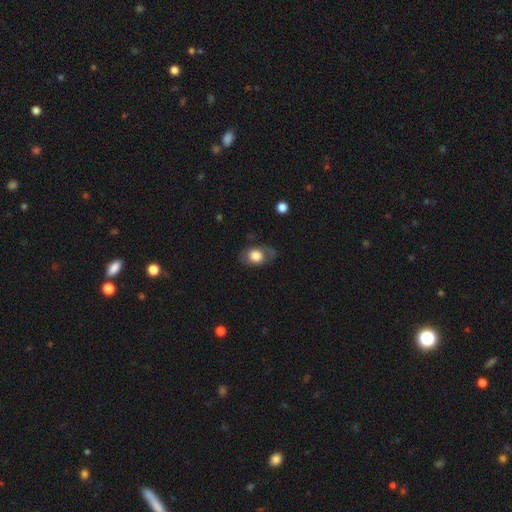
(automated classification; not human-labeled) Q: Smooth or featured?
A: smooth (68%); runner-up: featured or disk (25%)
Q: How rounded?
A: in between (73%); runner-up: round (25%)
Q: Merging?
A: none (70%); runner-up: minor disturbance (20%)